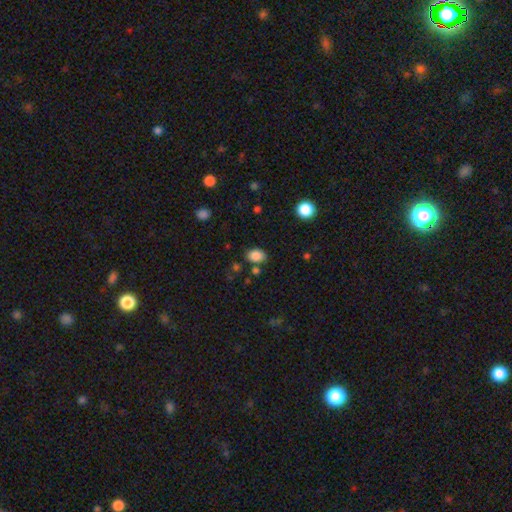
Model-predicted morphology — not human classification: A smooth galaxy with no disk features (85%) that is in between round and cigar-shaped (69%). Merging: none (76%).